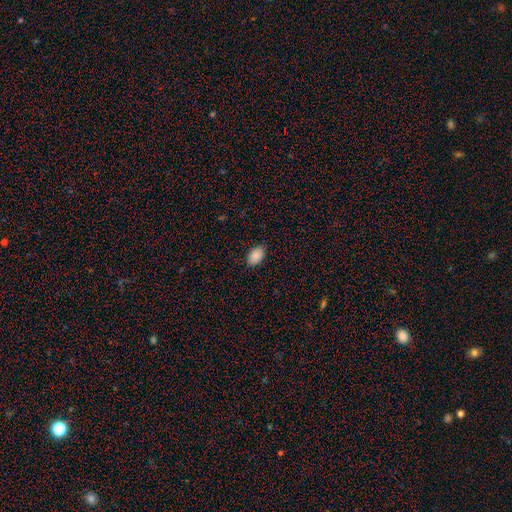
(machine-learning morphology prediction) This appears to be a smooth galaxy with no disk features (87%) that is in between round and cigar-shaped (87%). Merging: none (87%).